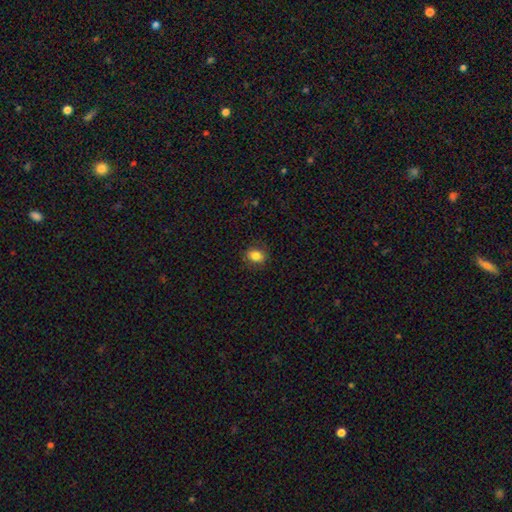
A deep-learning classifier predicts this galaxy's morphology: The model was most divided on "how rounded": in between: 60%, round: 39%, cigar-shaped: 1%. More confident: merging — none (83%); smooth or featured — smooth (82%).